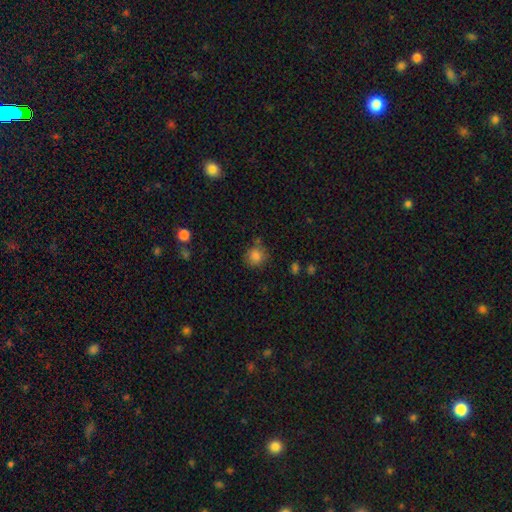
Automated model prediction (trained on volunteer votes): A smooth galaxy with no disk features (84%) that is round (88%).

Vote fractions:
- Smooth or featured? smooth: 84% / star or artifact: 11% / featured or disk: 5%
- How rounded? round: 88% / in between: 11% / cigar-shaped: 1%
- Merging? none: 75% / minor disturbance: 15% / merger: 6% / major disturbance: 4%